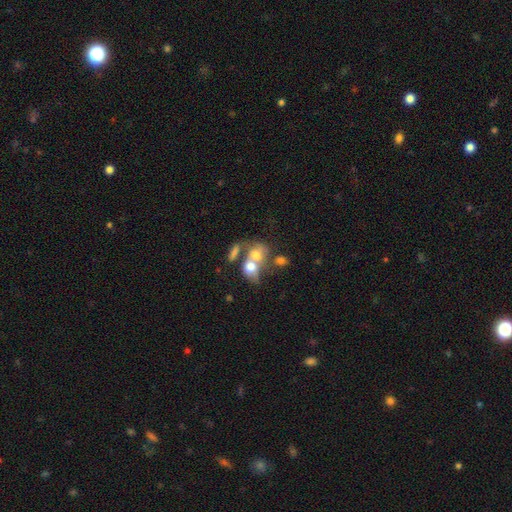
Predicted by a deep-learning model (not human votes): smooth-or-featured: smooth: 59% | featured or disk: 29% | star or artifact: 12%
  how-rounded: in between: 58% | round: 40% | cigar-shaped: 2%
  merging: merger: 62% | none: 19% | major disturbance: 10% | minor disturbance: 9%